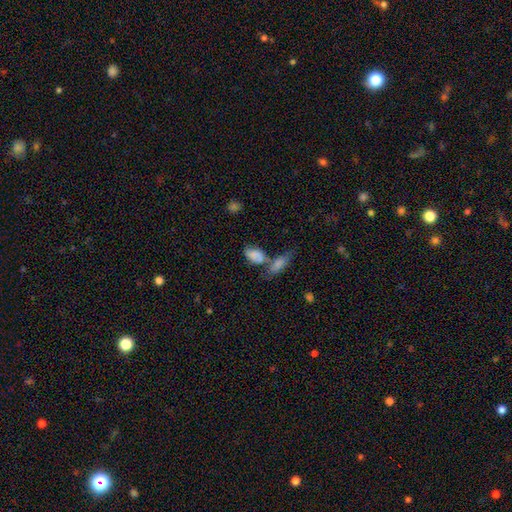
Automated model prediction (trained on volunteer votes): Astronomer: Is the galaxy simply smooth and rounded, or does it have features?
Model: smooth — 72%.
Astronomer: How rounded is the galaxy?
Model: in between — 88%.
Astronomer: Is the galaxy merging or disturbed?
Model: merger — 46% (runner-up: none, 31%).